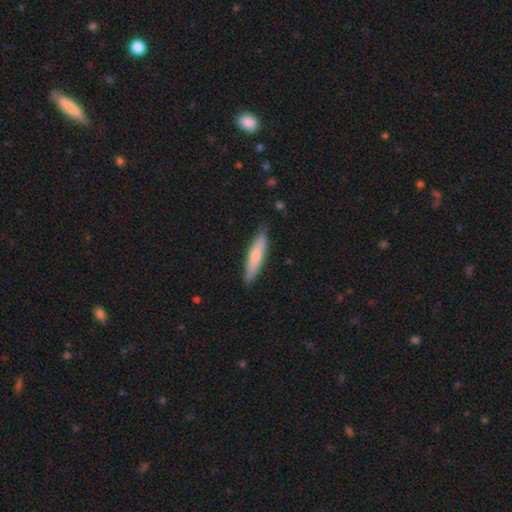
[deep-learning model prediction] Smooth or featured?
  - smooth: 72% *
  - featured or disk: 23%
  - star or artifact: 5%
How rounded?
  - cigar-shaped: 81% *
  - in between: 18%
  - round: 1%
Merging?
  - none: 85% *
  - minor disturbance: 12%
  - major disturbance: 2%
  - merger: 1%